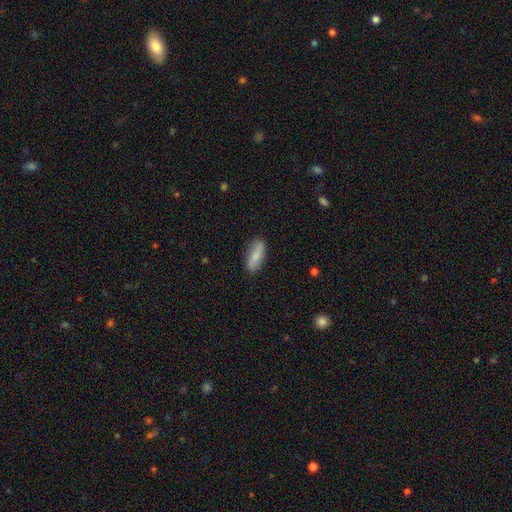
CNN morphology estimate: smooth 77%, featured or disk 16%, star or artifact 6%. Down the decision tree: how rounded — in between (63%); merging — none (81%).